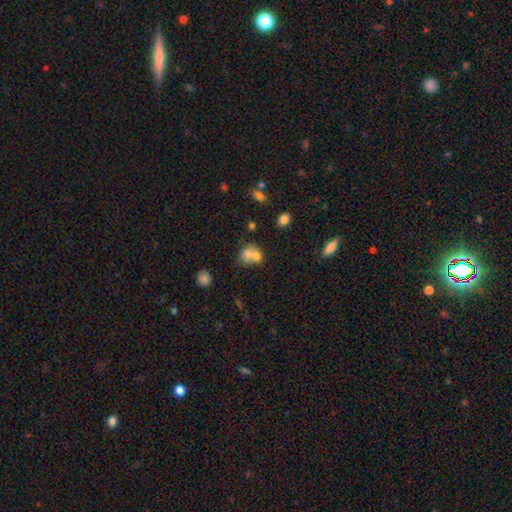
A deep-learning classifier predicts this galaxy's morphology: type=smooth (70%); roundness=round (64%); merging=merger (60%).